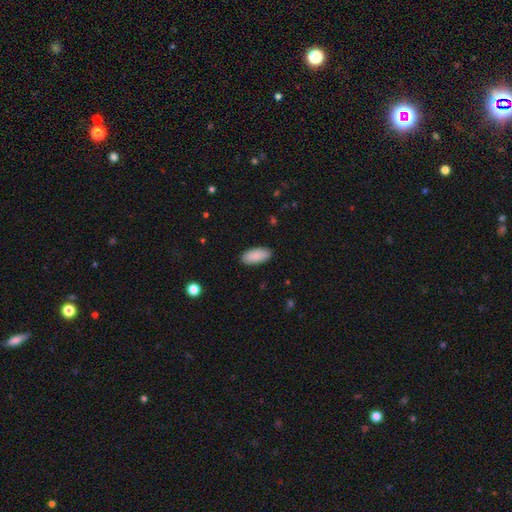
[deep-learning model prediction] A smooth galaxy with no disk features (89%) that is in between round and cigar-shaped (93%). Merging: none (89%).